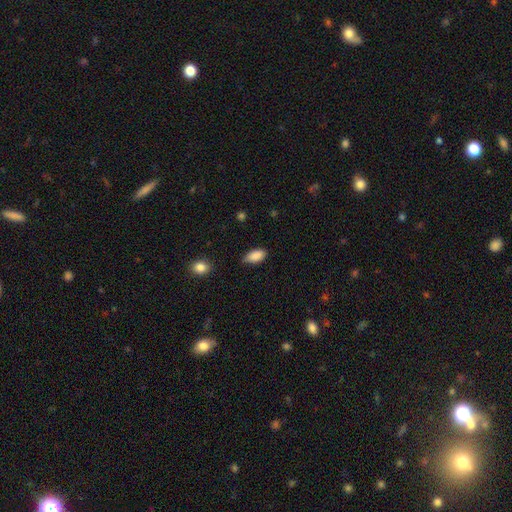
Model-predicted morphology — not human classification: Overall: smooth (88%). How rounded: in between (92%). Merging: none (71%).